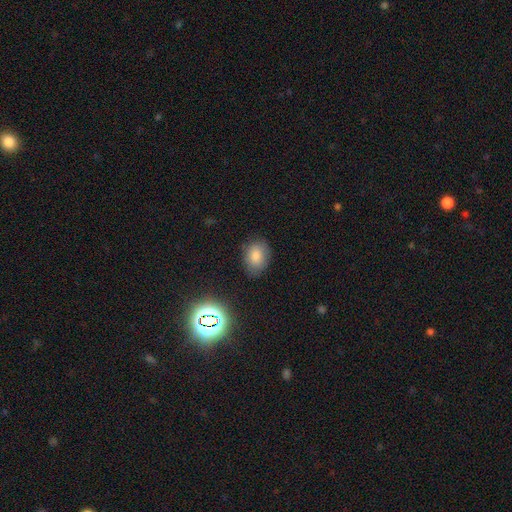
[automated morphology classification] Smooth or featured: smooth — 78% (star or artifact — 14%)
How rounded: in between — 68% (round — 30%)
Merging: none — 80% (minor disturbance — 15%)